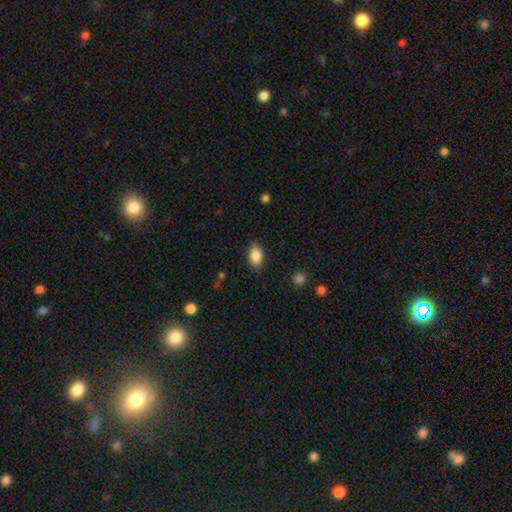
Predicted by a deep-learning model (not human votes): Smooth or featured? Predicted: smooth (p=0.86). How rounded? Predicted: in between (p=0.88). Merging? Predicted: none (p=0.84).